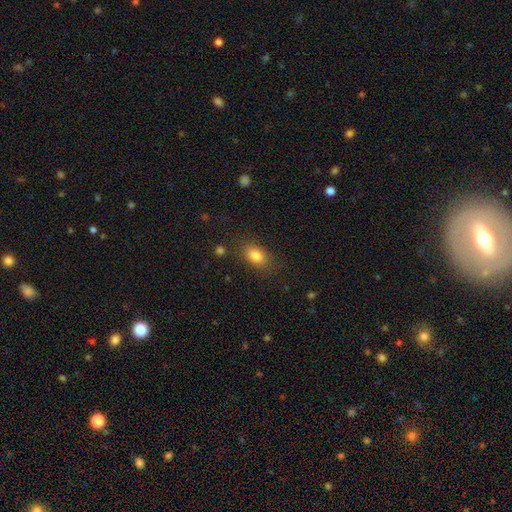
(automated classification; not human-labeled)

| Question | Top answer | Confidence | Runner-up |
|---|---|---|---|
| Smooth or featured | smooth | 83% | star or artifact (10%) |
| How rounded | in between | 80% | round (18%) |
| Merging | none | 80% | minor disturbance (13%) |